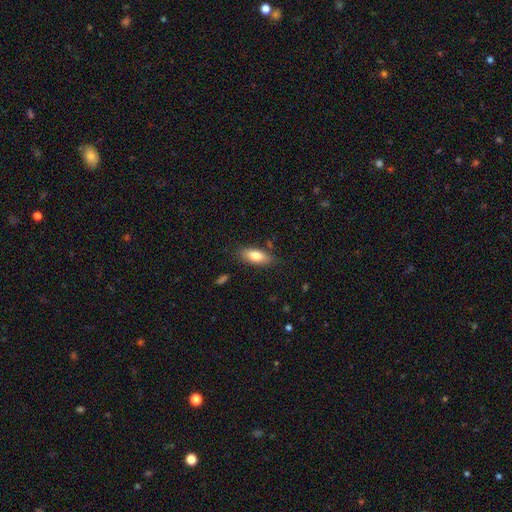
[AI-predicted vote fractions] Smooth or featured? Predicted: smooth (p=0.78). How rounded? Predicted: in between (p=0.77). Merging? Predicted: none (p=0.80).